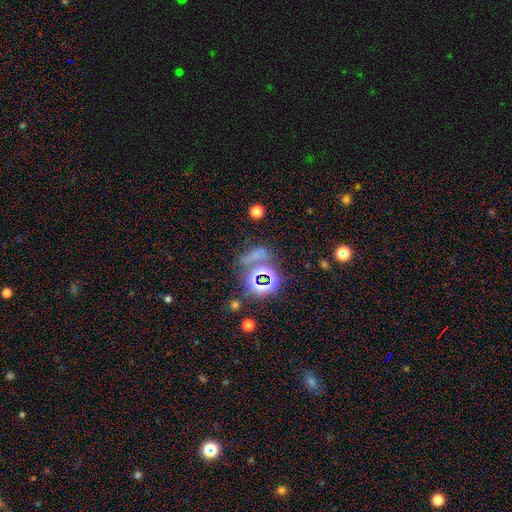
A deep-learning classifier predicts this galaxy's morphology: A star or artifact, not a galaxy (55%).